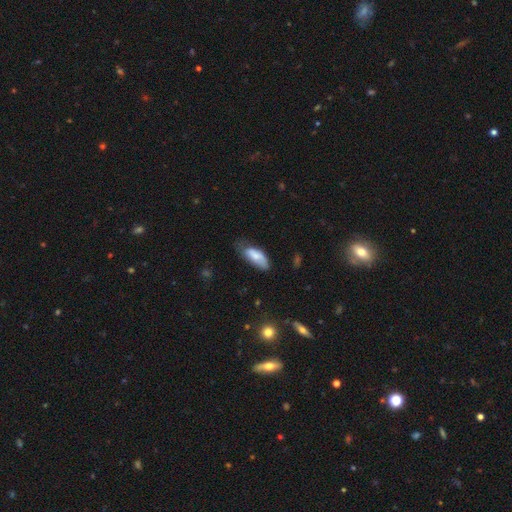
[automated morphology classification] Q: Smooth or featured?
A: smooth (77%); runner-up: featured or disk (16%)
Q: How rounded?
A: in between (82%); runner-up: cigar-shaped (16%)
Q: Merging?
A: none (42%); runner-up: minor disturbance (40%)